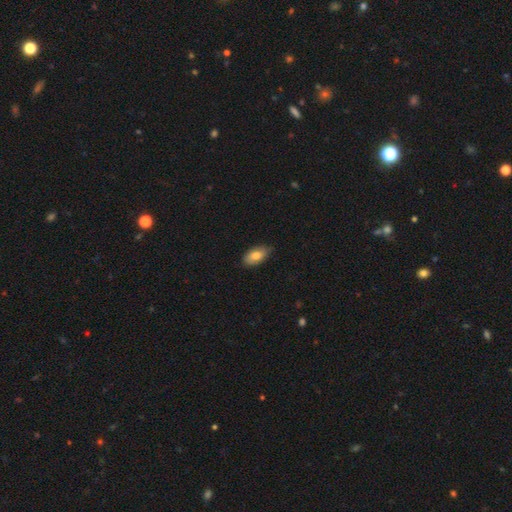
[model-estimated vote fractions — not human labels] Smooth or featured? Predicted: smooth (p=0.81). How rounded? Predicted: in between (p=0.93). Merging? Predicted: none (p=0.80).